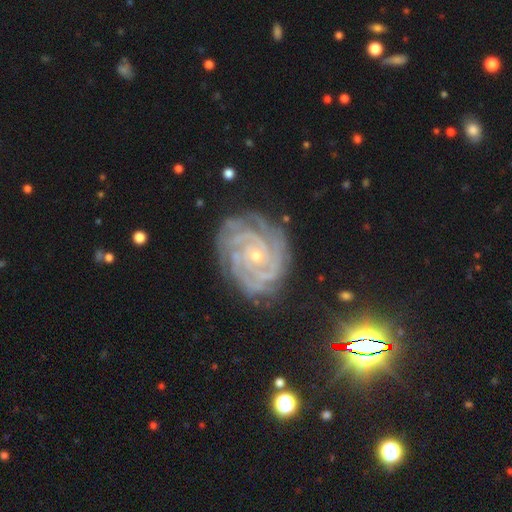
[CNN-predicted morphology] Smooth or featured? Predicted: featured or disk (p=0.90). Edge-on disk? Predicted: no (p=0.98). Bar? Predicted: no (p=0.74). Spiral arms? Predicted: yes (p=0.99). Spiral winding? Predicted: tight (p=0.82). Spiral arm count? Predicted: 4 (p=0.25). Bulge size? Predicted: small (p=0.78). Merging? Predicted: none (p=0.78).